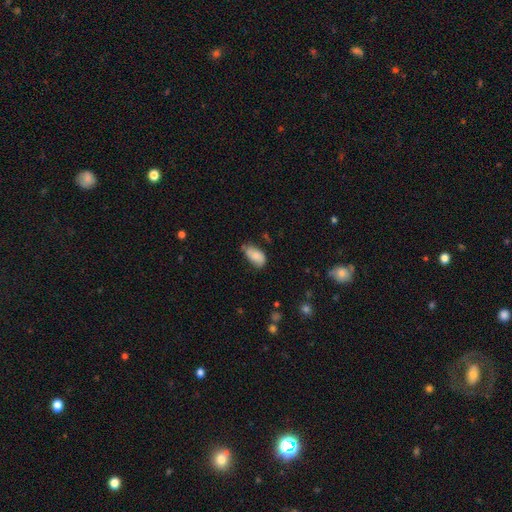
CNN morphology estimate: Smooth or featured? smooth (72%)
How rounded? in between (93%)
Merging? none (50%)